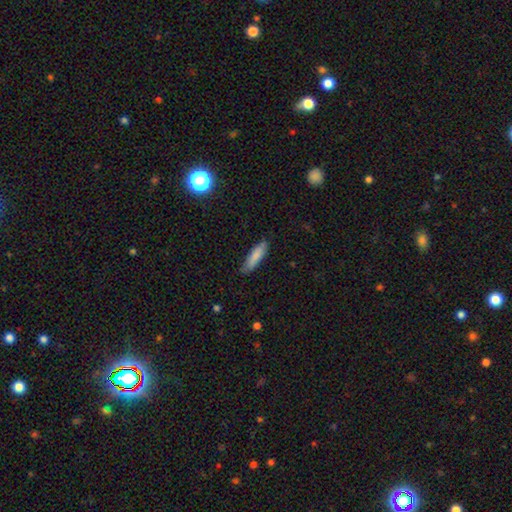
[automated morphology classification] Overall: smooth (83%). How rounded: cigar-shaped (69%; in between 30%). Merging: none (81%).